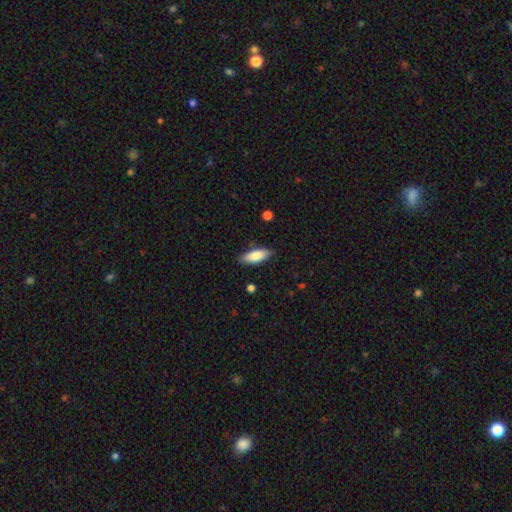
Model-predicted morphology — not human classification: Q: Smooth or featured?
A: smooth (81%); runner-up: featured or disk (13%)
Q: How rounded?
A: in between (73%); runner-up: cigar-shaped (25%)
Q: Merging?
A: none (85%); runner-up: minor disturbance (11%)